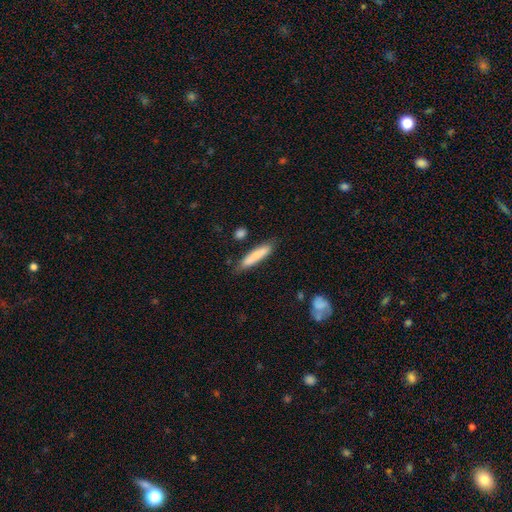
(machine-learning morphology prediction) Smooth or featured? Predicted: smooth (p=0.80). How rounded? Predicted: cigar-shaped (p=0.87). Merging? Predicted: none (p=0.81).